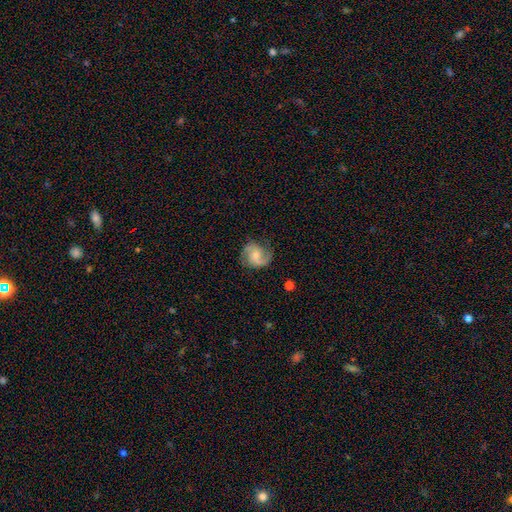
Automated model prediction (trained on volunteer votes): Smooth or featured?
  - featured or disk: 79% *
  - smooth: 15%
  - star or artifact: 6%
Edge-on disk?
  - no: 98% *
  - yes: 2%
Bar?
  - no: 58% *
  - weak: 36%
  - strong: 7%
Spiral arms?
  - yes: 96% *
  - no: 4%
Spiral winding?
  - medium: 51% *
  - loose: 29%
  - tight: 20%
Spiral arm count?
  - 2: 87% *
  - can't tell: 5%
  - 3: 3%
  - 1: 3%
  - 4: 1%
  - more than 4: 1%
Bulge size?
  - small: 50% *
  - moderate: 43%
  - none: 4%
  - large: 2%
  - dominant: 1%
Merging?
  - none: 76% *
  - minor disturbance: 17%
  - major disturbance: 6%
  - merger: 1%